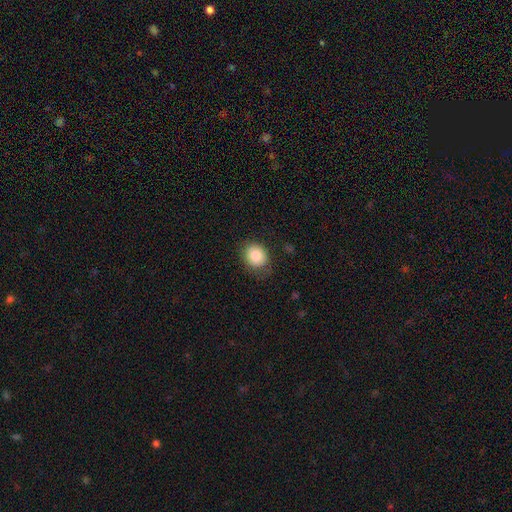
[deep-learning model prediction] This is clearly a smooth galaxy (86%). How rounded: likely round (64%). Merging: likely none (76%).